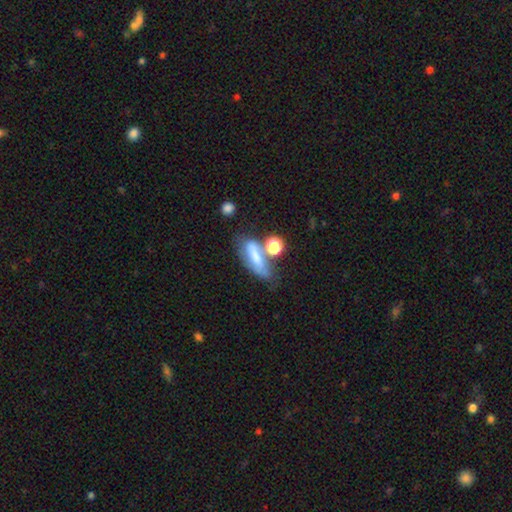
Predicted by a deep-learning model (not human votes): The model was most divided on "merging": none: 40%, merger: 25%, minor disturbance: 21%, major disturbance: 14%. More confident: smooth or featured — smooth (59%); how rounded — in between (55%).